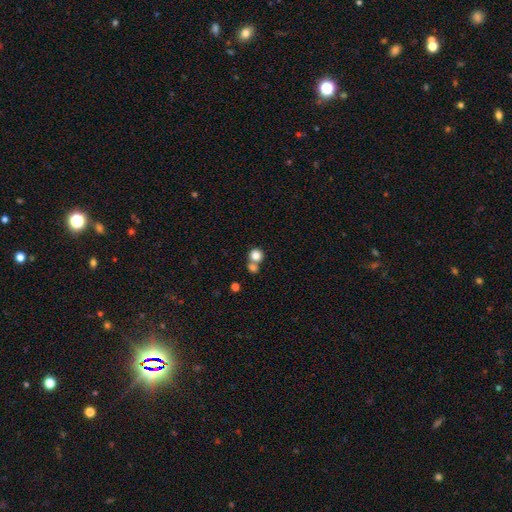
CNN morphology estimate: Smooth or featured: smooth — 82% (star or artifact — 10%)
How rounded: round — 87% (in between — 12%)
Merging: none — 46% (merger — 43%)